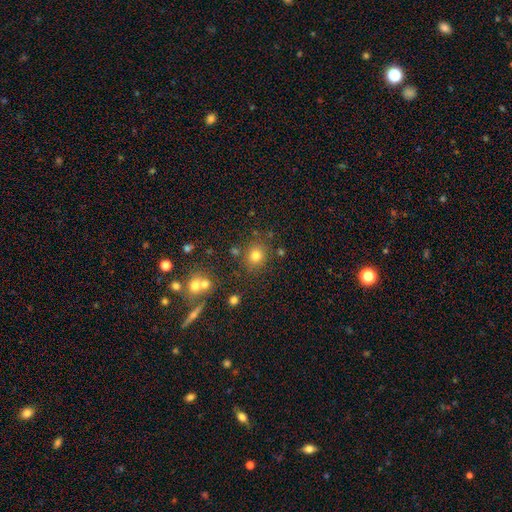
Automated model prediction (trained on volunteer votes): Smooth or featured? Predicted: smooth (p=0.77). How rounded? Predicted: round (p=0.79). Merging? Predicted: none (p=0.79).